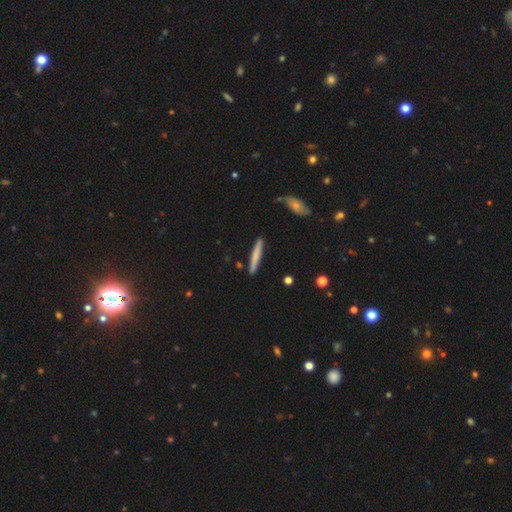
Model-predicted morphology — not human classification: smooth 65%, featured or disk 29%, star or artifact 5%. Down the decision tree: how rounded — cigar-shaped (95%); merging — none (88%).